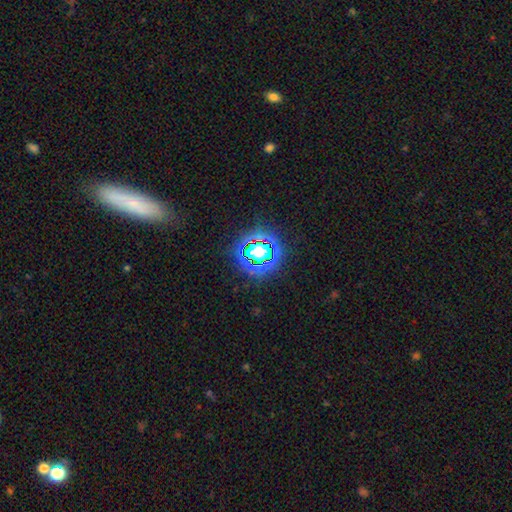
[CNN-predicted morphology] A star or artifact, not a galaxy (59%).